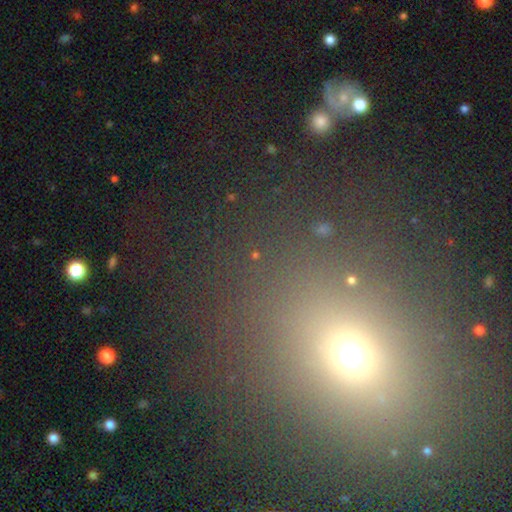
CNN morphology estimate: type=star or artifact (47%).